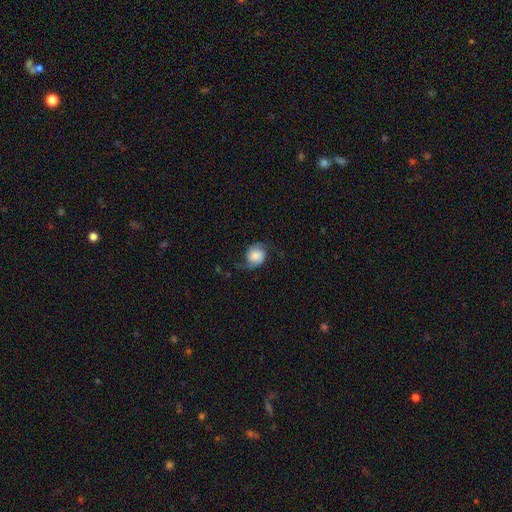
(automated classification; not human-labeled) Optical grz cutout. It shows a featured or disk galaxy (52%) with no bar (74%), spiral arms (92%) and a large central bulge (24%). Merging: none (63%).